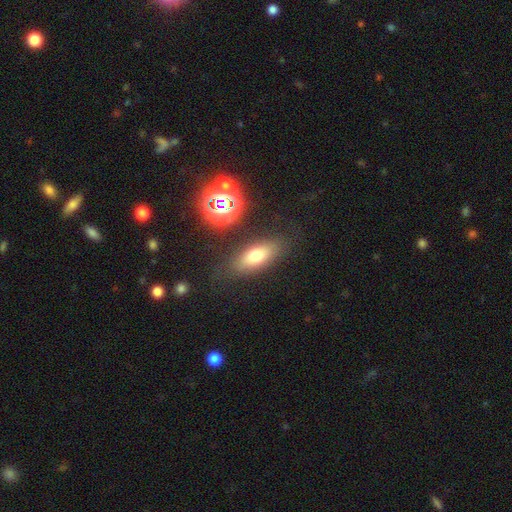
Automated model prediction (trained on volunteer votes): The model was most divided on "smooth or featured": smooth: 69%, featured or disk: 18%, star or artifact: 13%. More confident: merging — none (78%); how rounded — in between (75%).